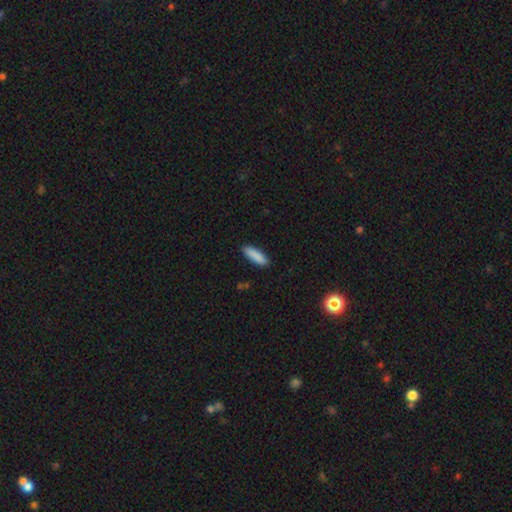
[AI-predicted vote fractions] Overall: smooth (89%). How rounded: cigar-shaped (57%; in between 41%). Merging: none (88%).